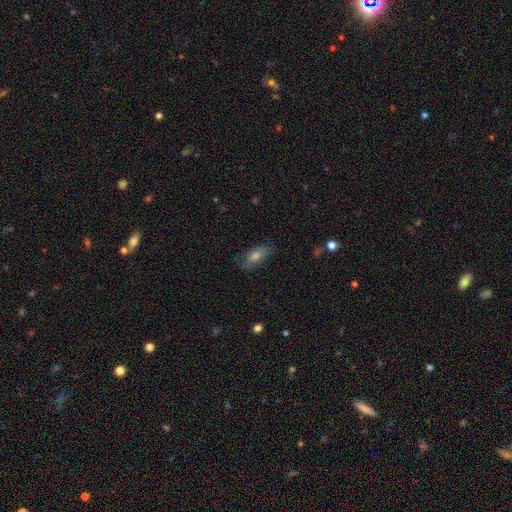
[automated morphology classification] Q: Smooth or featured?
A: smooth (58%); runner-up: featured or disk (28%)
Q: How rounded?
A: in between (79%); runner-up: cigar-shaped (15%)
Q: Merging?
A: none (79%); runner-up: minor disturbance (15%)